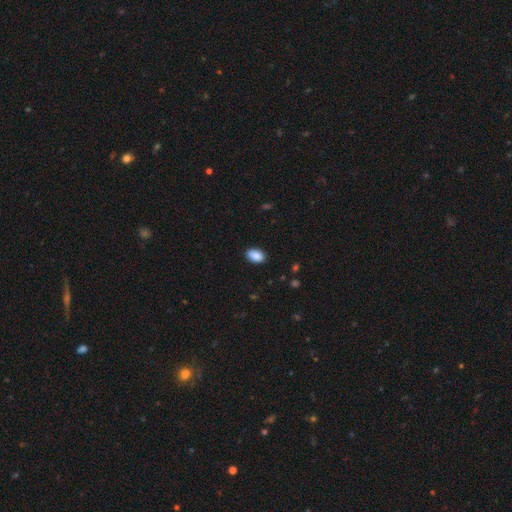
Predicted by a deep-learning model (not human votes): Morphology: type=smooth (90%); roundness=in between (91%); merging=none (88%).